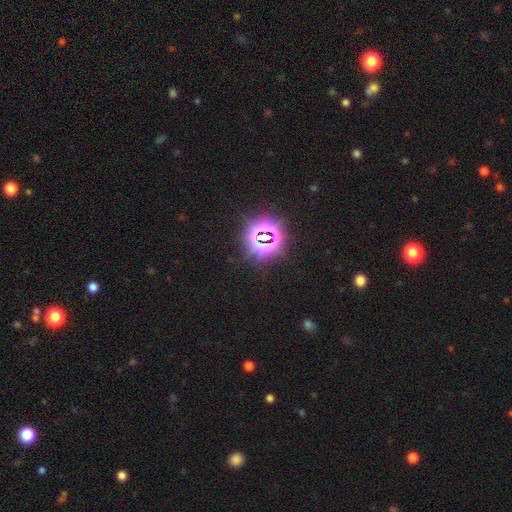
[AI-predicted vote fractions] The model was most divided on "smooth or featured": star or artifact: 83%, smooth: 11%, featured or disk: 6%.